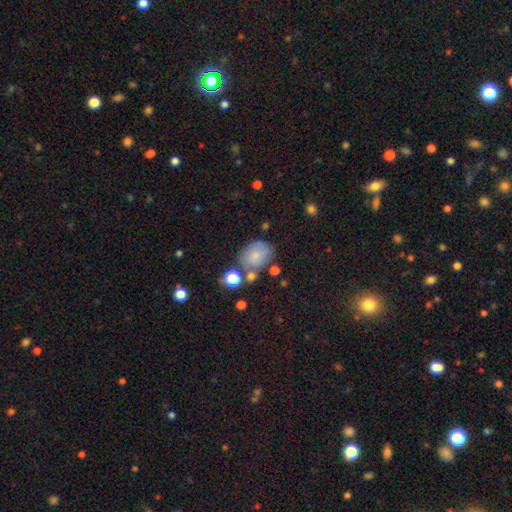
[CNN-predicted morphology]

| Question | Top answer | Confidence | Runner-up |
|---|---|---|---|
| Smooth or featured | smooth | 75% | featured or disk (15%) |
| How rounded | in between | 59% | round (40%) |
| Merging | none | 56% | minor disturbance (22%) |